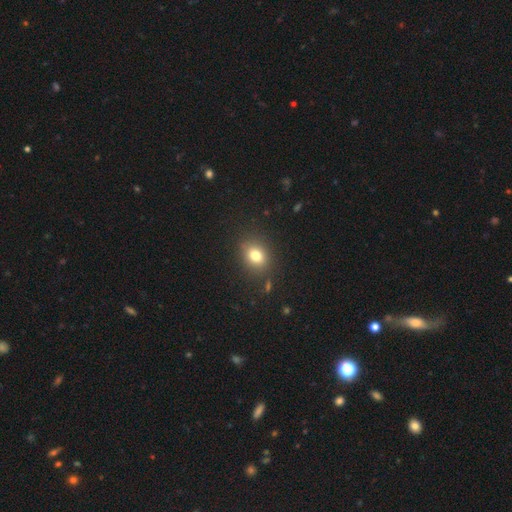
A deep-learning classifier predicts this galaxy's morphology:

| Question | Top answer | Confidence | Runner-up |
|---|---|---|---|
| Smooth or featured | smooth | 80% | star or artifact (12%) |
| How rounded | round | 52% | in between (47%) |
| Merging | none | 85% | minor disturbance (10%) |